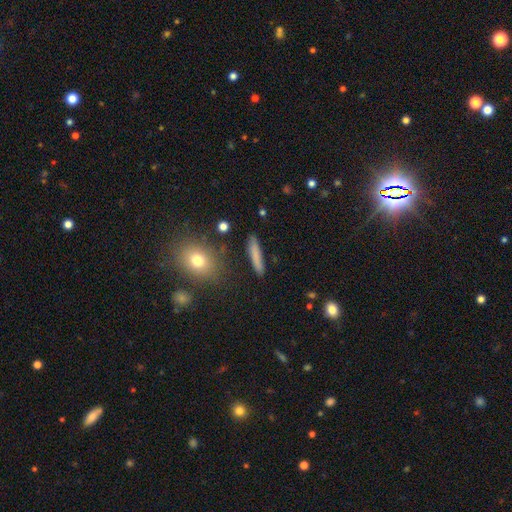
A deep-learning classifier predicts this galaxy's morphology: Q: Smooth or featured?
A: smooth (76%); runner-up: featured or disk (16%)
Q: How rounded?
A: cigar-shaped (90%); runner-up: in between (8%)
Q: Merging?
A: none (87%); runner-up: minor disturbance (9%)